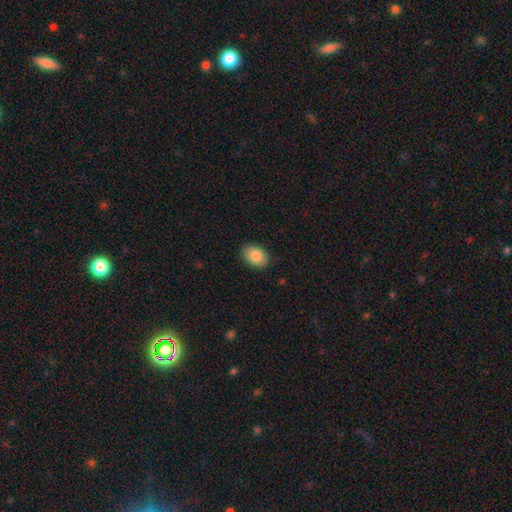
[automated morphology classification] Smooth or featured: smooth — 87% (star or artifact — 7%)
How rounded: in between — 83% (round — 16%)
Merging: none — 84% (minor disturbance — 13%)